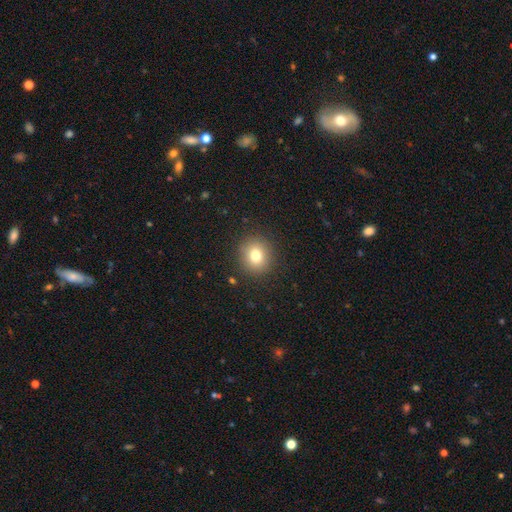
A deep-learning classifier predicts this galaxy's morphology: Smooth or featured?
  - smooth: 78% *
  - star or artifact: 12%
  - featured or disk: 10%
How rounded?
  - round: 85% *
  - in between: 14%
  - cigar-shaped: 1%
Merging?
  - none: 89% *
  - minor disturbance: 7%
  - major disturbance: 3%
  - merger: 1%